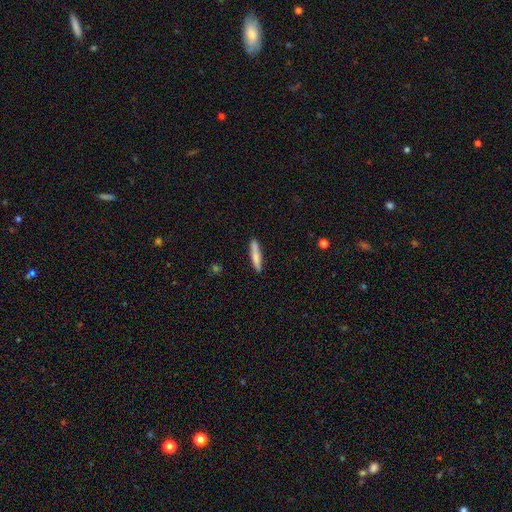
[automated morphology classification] type=smooth (76%); roundness=cigar-shaped (89%); merging=none (88%).